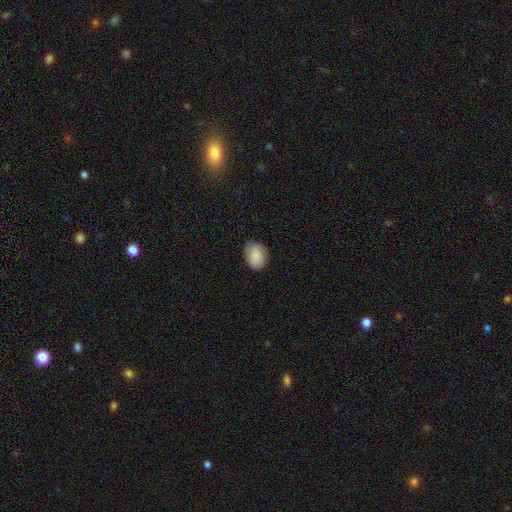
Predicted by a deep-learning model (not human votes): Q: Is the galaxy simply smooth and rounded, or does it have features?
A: smooth — 85%.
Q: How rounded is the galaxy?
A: in between — 63%.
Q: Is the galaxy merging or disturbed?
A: none — 76%.